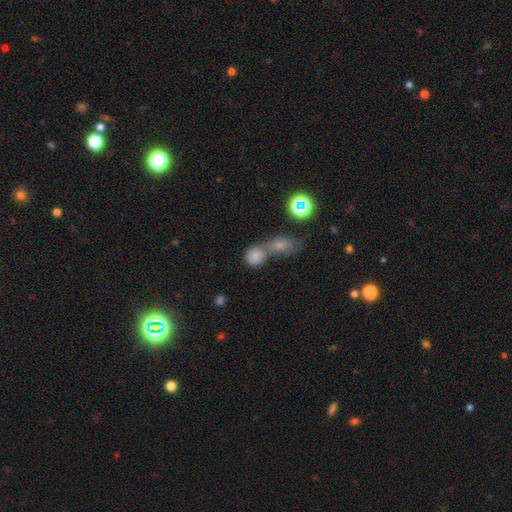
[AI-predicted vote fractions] This appears to be a smooth galaxy with no disk features (79%) that is round (69%). Merging: merger (50%).